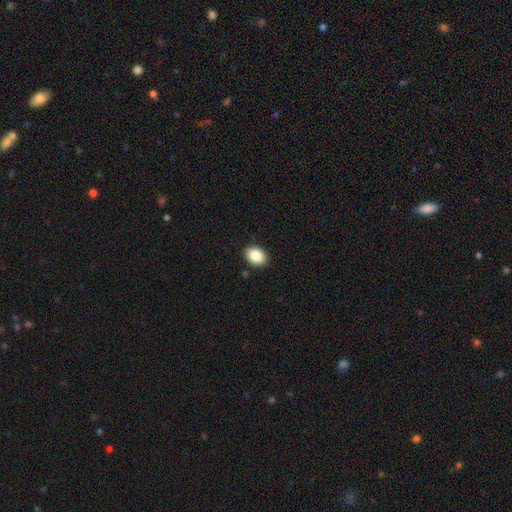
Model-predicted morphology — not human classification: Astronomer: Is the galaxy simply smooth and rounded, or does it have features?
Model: smooth — 86%.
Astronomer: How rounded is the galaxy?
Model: in between — 72%.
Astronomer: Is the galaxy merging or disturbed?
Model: none — 90%.